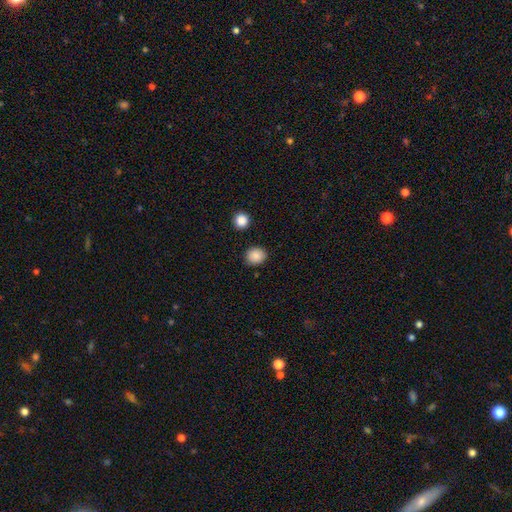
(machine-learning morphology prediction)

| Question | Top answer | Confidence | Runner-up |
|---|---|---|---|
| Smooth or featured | smooth | 87% | star or artifact (9%) |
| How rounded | round | 78% | in between (21%) |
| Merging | none | 88% | minor disturbance (8%) |